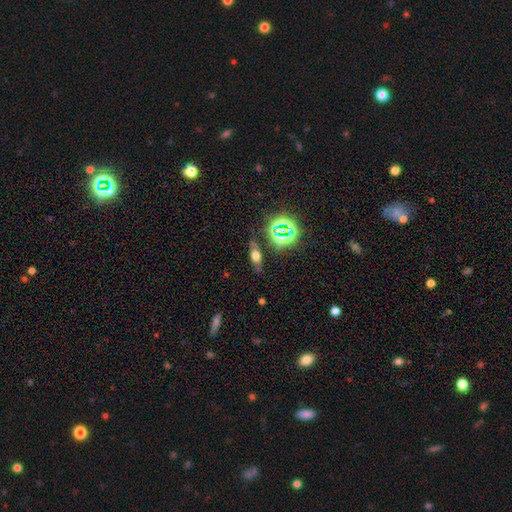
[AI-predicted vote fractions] Smooth or featured: smooth — 53% (star or artifact — 24%)
How rounded: in between — 62% (cigar-shaped — 27%)
Merging: none — 79% (minor disturbance — 14%)